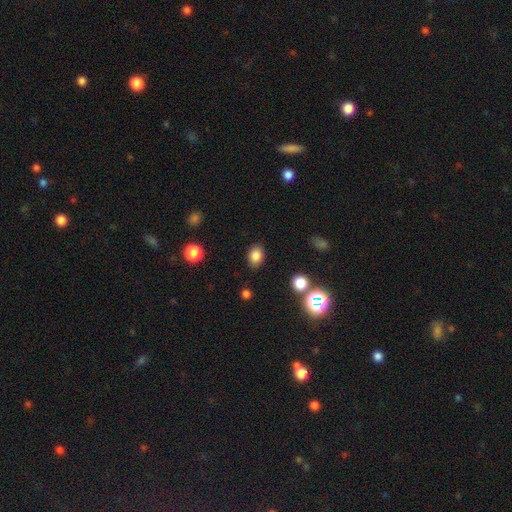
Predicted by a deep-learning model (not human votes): Morphology: type=smooth (84%); roundness=in between (68%); merging=none (86%).